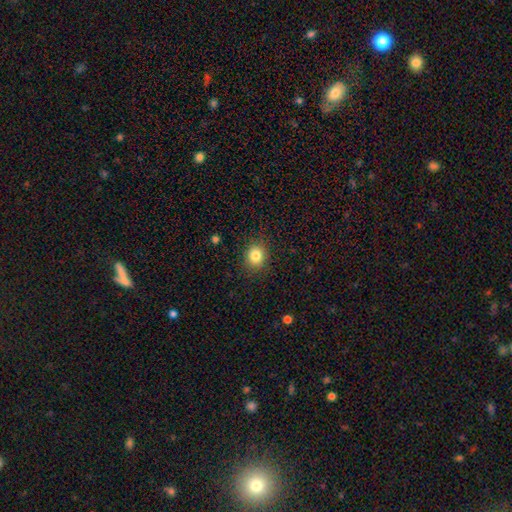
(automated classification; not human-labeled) A smooth galaxy with no disk features (83%) that is round (74%). Merging: none (88%).